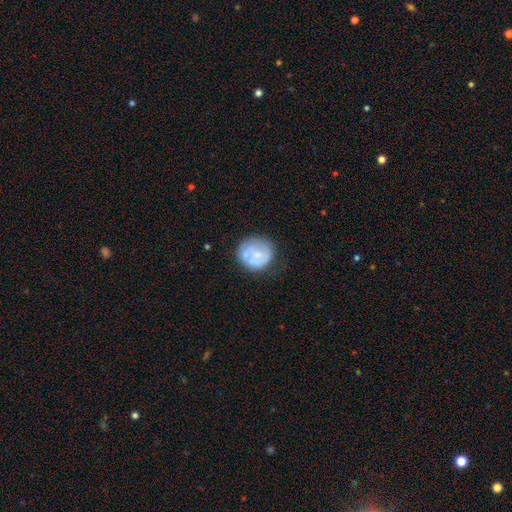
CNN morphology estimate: The model was most divided on "smooth or featured": smooth: 52%, featured or disk: 41%, star or artifact: 7%. More confident: how rounded — round (88%); merging — none (61%).